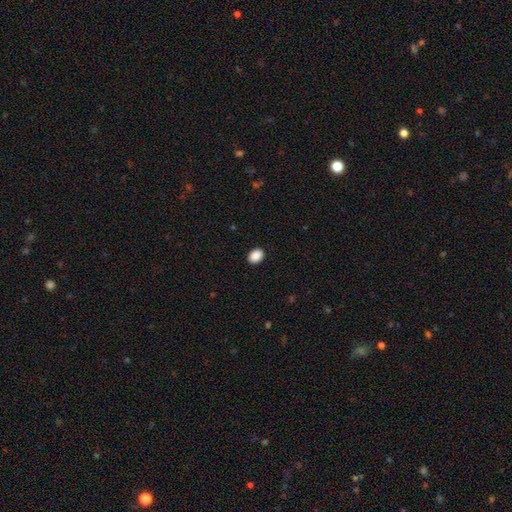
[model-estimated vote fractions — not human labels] A smooth galaxy with no disk features (90%) that is in between round and cigar-shaped (72%). Merging: none (91%).